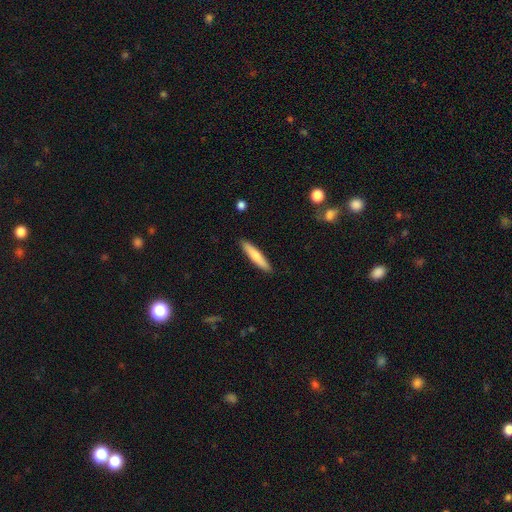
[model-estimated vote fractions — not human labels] smooth_or_featured: smooth (p=0.68) [alt: featured or disk p=0.26]
how_rounded: cigar-shaped (p=0.88) [alt: in between p=0.10]
merging: none (p=0.90) [alt: minor disturbance p=0.07]